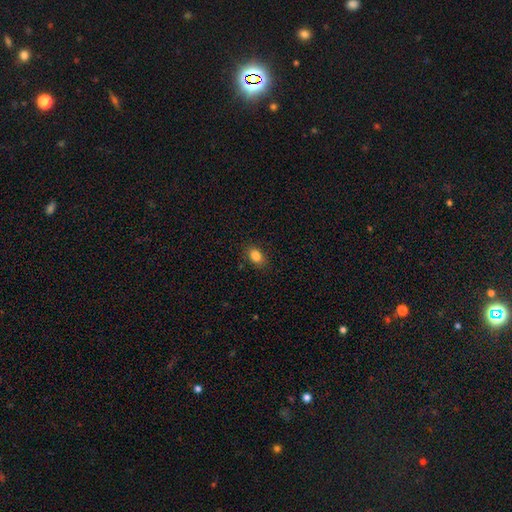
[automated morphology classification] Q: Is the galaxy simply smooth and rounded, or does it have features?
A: smooth — 85%.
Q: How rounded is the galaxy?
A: in between — 78%.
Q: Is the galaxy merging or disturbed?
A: none — 86%.